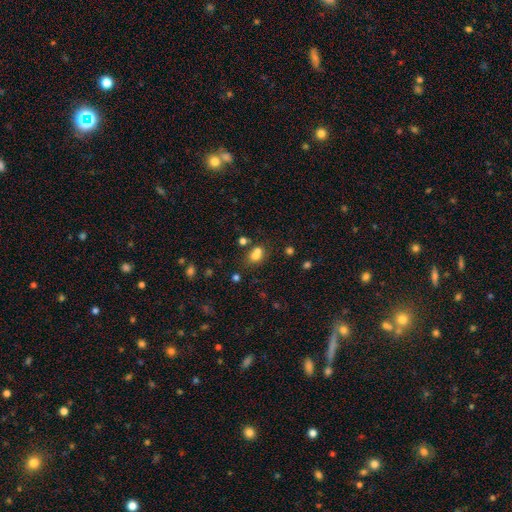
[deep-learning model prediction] Overall: smooth (71%). How rounded: round (52%; in between 47%). Merging: merger (47%; none 39%).